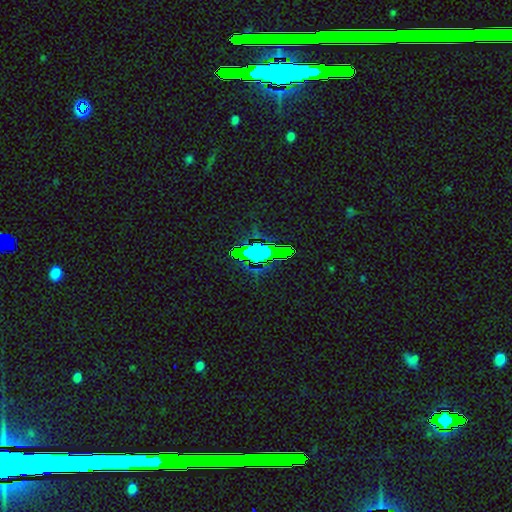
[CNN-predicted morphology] A star or artifact, not a galaxy (65%).